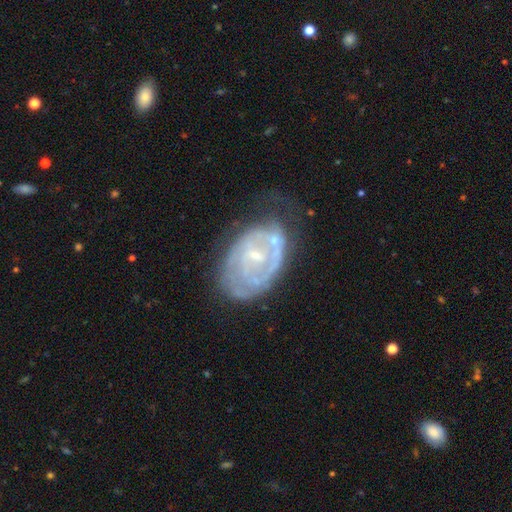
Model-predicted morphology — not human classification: This appears to be a featured or disk galaxy (76%) with no bar (50%), tight (59%) spiral arms (70%) and a small central bulge (67%). Merging: none (41%).